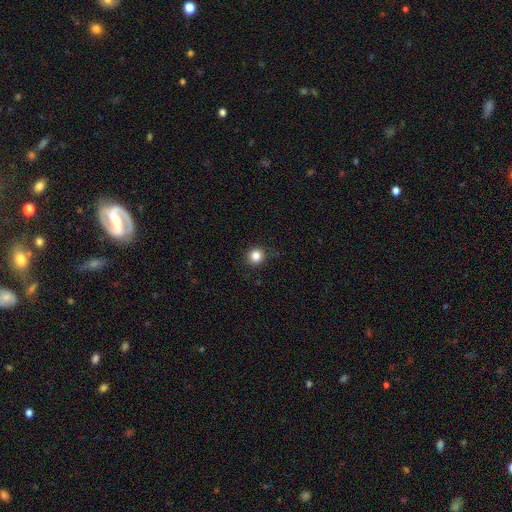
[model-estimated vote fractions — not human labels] Smooth or featured?
  - smooth: 84% *
  - star or artifact: 11%
  - featured or disk: 5%
How rounded?
  - round: 91% *
  - in between: 8%
  - cigar-shaped: 1%
Merging?
  - none: 89% *
  - minor disturbance: 8%
  - major disturbance: 2%
  - merger: 1%